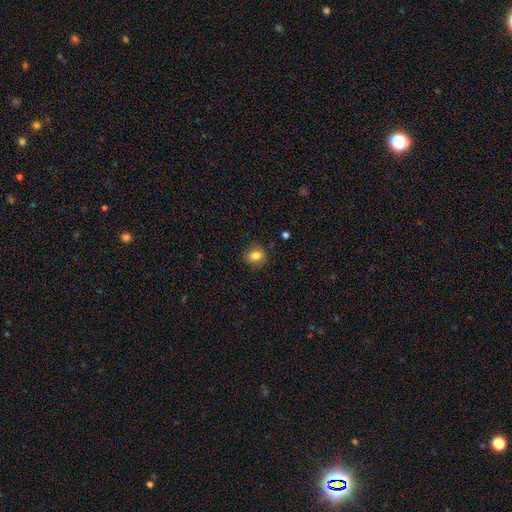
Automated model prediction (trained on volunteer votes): Smooth or featured: smooth — 82% (star or artifact — 10%)
How rounded: round — 55% (in between — 43%)
Merging: none — 84% (minor disturbance — 11%)